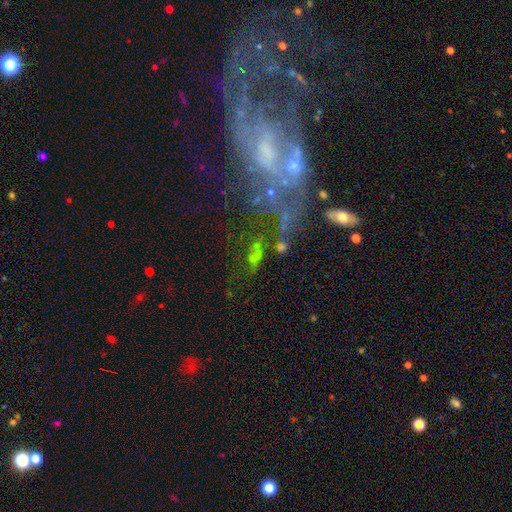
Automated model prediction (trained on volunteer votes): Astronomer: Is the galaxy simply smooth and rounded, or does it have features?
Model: featured or disk — 45% (runner-up: star or artifact, 30%).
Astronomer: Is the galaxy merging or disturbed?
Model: none — 40% (runner-up: major disturbance, 26%).